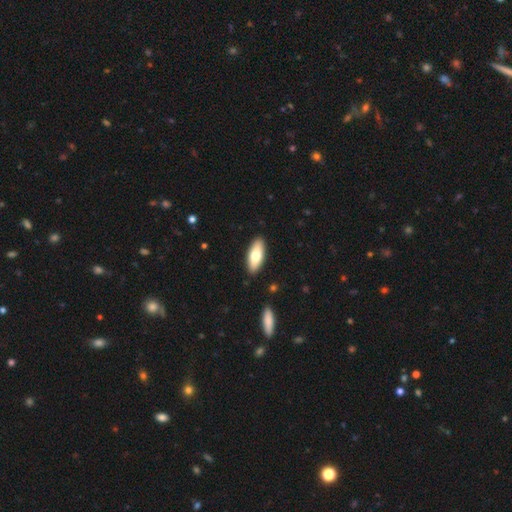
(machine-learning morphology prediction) smooth_or_featured: smooth (p=0.72) [alt: featured or disk p=0.22]
how_rounded: in between (p=0.78) [alt: cigar-shaped p=0.20]
merging: none (p=0.89) [alt: minor disturbance p=0.08]